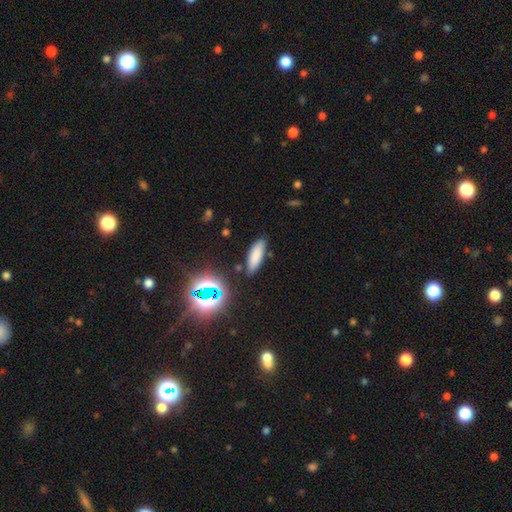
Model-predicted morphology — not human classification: Smooth or featured?
  - smooth: 77% *
  - star or artifact: 14%
  - featured or disk: 8%
How rounded?
  - in between: 54% *
  - cigar-shaped: 44%
  - round: 3%
Merging?
  - none: 85% *
  - minor disturbance: 10%
  - merger: 3%
  - major disturbance: 3%